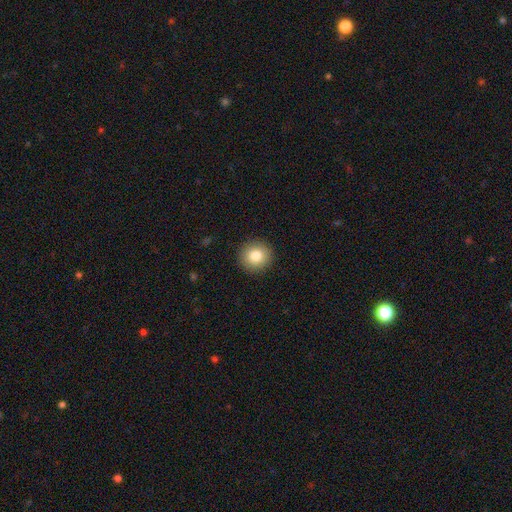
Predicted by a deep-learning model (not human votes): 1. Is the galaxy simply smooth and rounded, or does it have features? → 83% smooth, 9% star or artifact, 8% featured or disk.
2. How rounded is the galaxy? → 92% round, 7% in between, 1% cigar-shaped.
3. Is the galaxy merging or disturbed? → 92% none, 6% minor disturbance, 2% major disturbance, 1% merger.